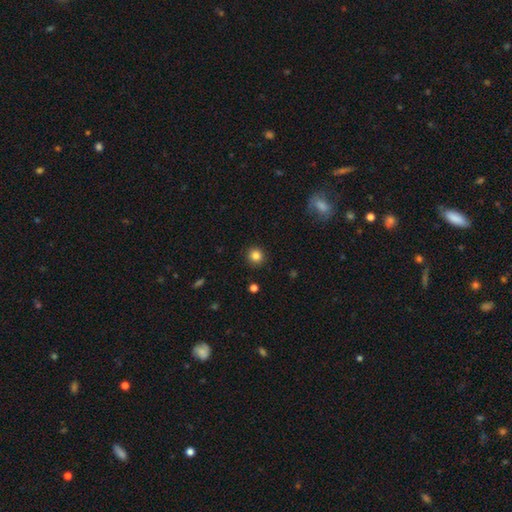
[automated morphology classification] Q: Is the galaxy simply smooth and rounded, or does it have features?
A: smooth — 84%.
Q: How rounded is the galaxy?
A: round — 91%.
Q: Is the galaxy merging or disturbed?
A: none — 91%.